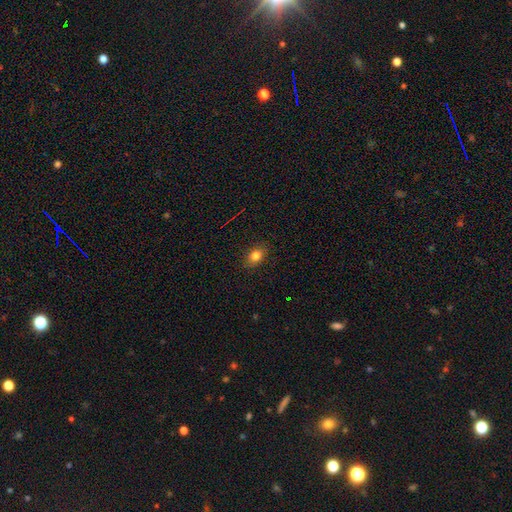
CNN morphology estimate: Q: Smooth or featured?
A: smooth (80%); runner-up: star or artifact (12%)
Q: How rounded?
A: in between (71%); runner-up: round (27%)
Q: Merging?
A: none (86%); runner-up: minor disturbance (10%)